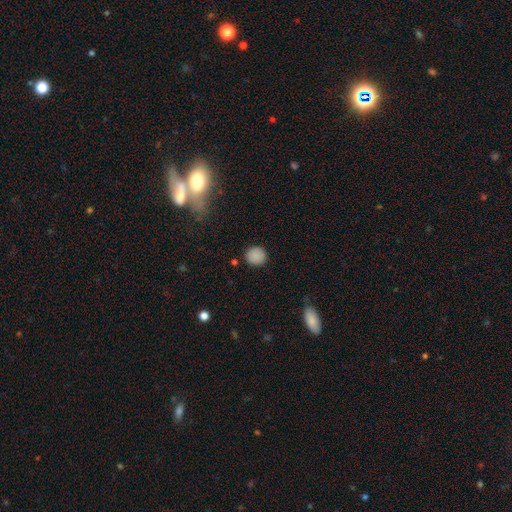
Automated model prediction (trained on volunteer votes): Morphology: type=smooth (86%); roundness=round (90%); merging=none (88%).